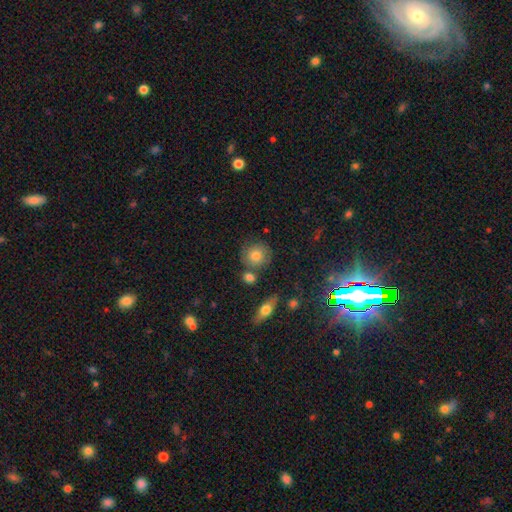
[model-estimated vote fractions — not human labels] Smooth or featured? smooth (72%)
How rounded? round (88%)
Merging? none (72%)